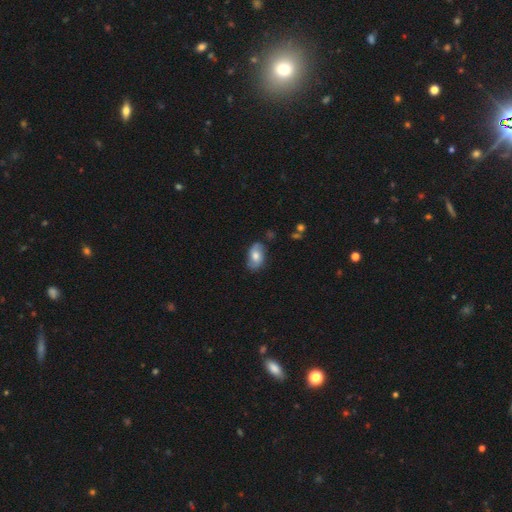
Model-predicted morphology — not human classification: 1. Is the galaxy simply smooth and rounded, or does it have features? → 56% smooth, 36% featured or disk, 7% star or artifact.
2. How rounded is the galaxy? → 91% in between, 7% round, 2% cigar-shaped.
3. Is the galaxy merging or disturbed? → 75% none, 19% minor disturbance, 4% major disturbance, 2% merger.